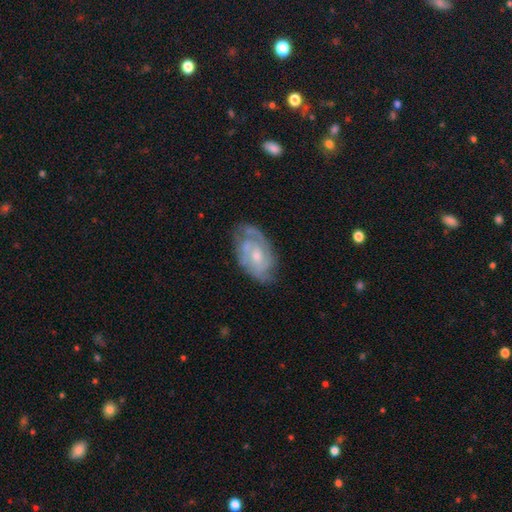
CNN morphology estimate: smooth-or-featured: featured or disk: 77% | smooth: 17% | star or artifact: 5%
  disk-edge-on: no: 96% | yes: 4%
    bar: no: 62% | weak: 33% | strong: 5%
    has-spiral-arms: yes: 88% | no: 12%
      spiral-winding: tight: 53% | medium: 36% | loose: 10%
      spiral-arm-count: 2: 43% | can't tell: 32% | 3: 12% | 1: 6% | 4: 3% | more than 4: 3%
    bulge-size: moderate: 48% | small: 45% | none: 4% | large: 2% | dominant: 1%
  merging: none: 65% | minor disturbance: 25% | major disturbance: 8% | merger: 2%